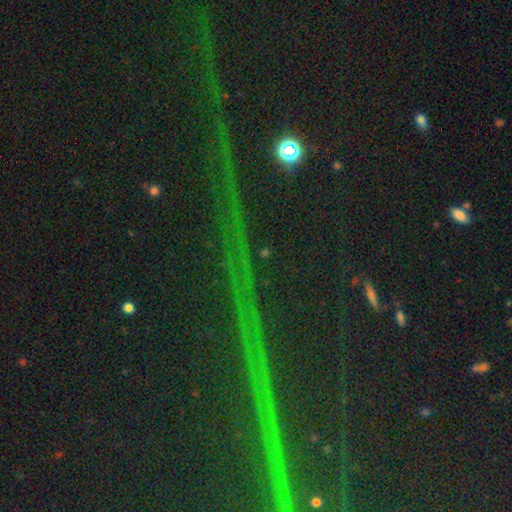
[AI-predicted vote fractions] Q: Smooth or featured?
A: star or artifact (84%); runner-up: smooth (8%)